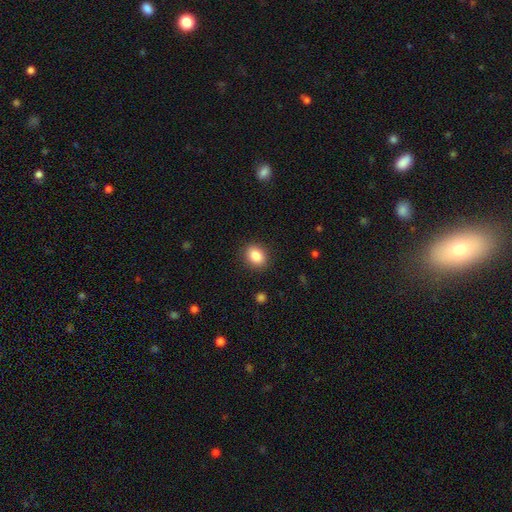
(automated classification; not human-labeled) smooth-or-featured: smooth: 85% | star or artifact: 9% | featured or disk: 6%
  how-rounded: in between: 57% | round: 42% | cigar-shaped: 1%
  merging: none: 89% | minor disturbance: 8% | major disturbance: 2% | merger: 1%